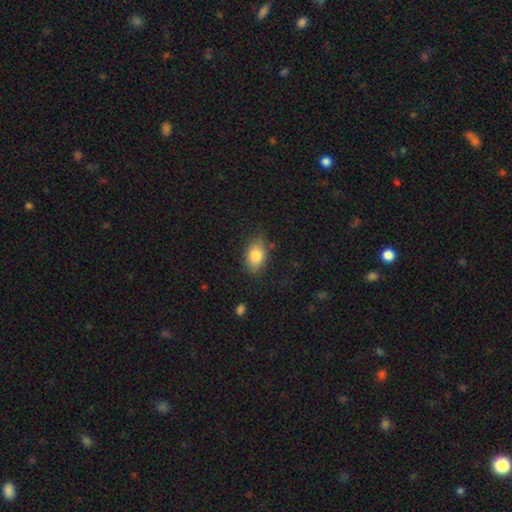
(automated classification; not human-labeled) Smooth or featured? Predicted: smooth (p=0.81). How rounded? Predicted: in between (p=0.85). Merging? Predicted: none (p=0.73).